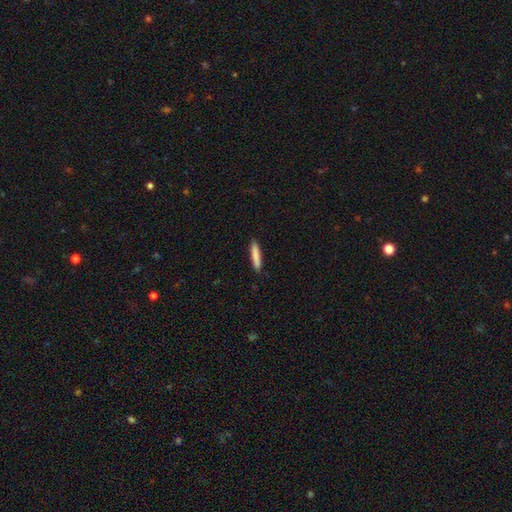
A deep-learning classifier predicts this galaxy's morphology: Smooth or featured? smooth (85%)
How rounded? cigar-shaped (90%)
Merging? none (90%)